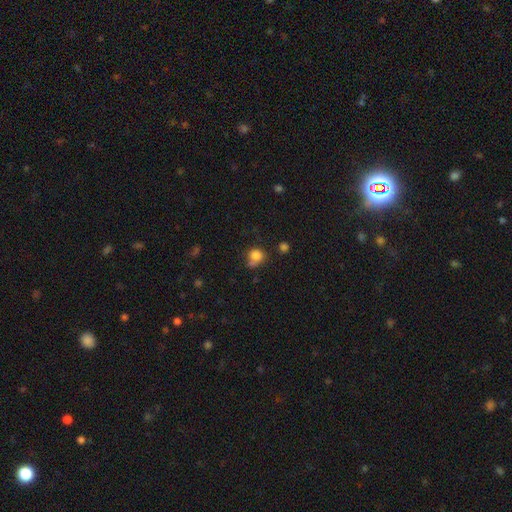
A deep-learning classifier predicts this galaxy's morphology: A smooth galaxy with no disk features (81%) that is round (77%). Merging: none (51%).